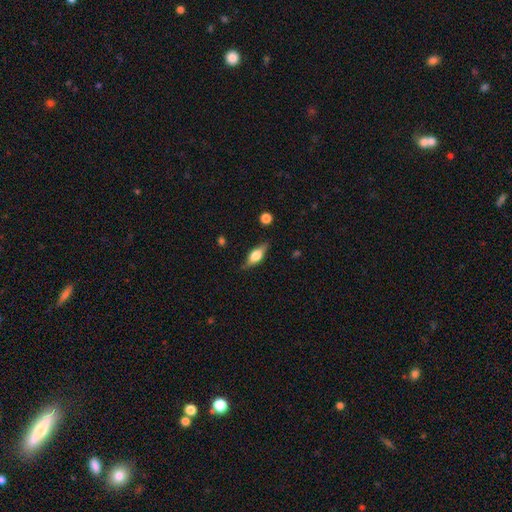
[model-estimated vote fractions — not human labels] Overall: featured or disk (47%; smooth 46%). Merging: none (81%).